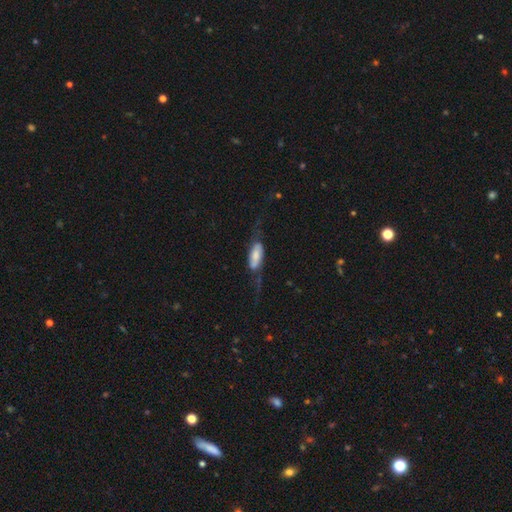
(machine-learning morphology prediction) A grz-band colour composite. It shows a smooth galaxy with no disk features (54%) that is in between round and cigar-shaped (77%). Merging: none (43%).